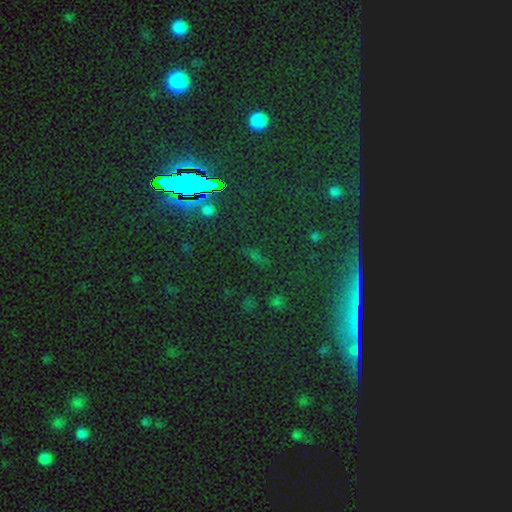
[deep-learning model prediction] Smooth or featured? Predicted: star or artifact (p=0.67).